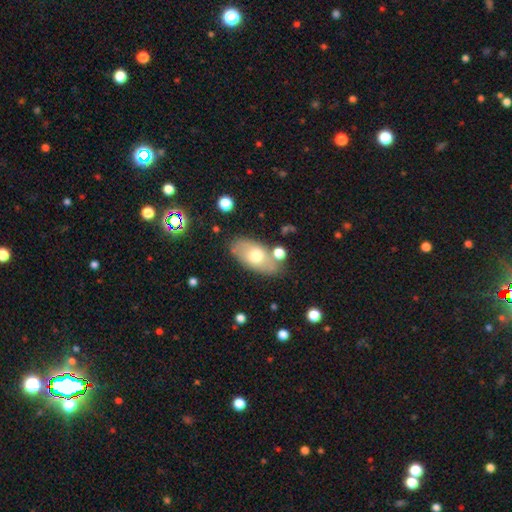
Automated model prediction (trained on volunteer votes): Smooth or featured?
  - smooth: 63% *
  - featured or disk: 29%
  - star or artifact: 7%
How rounded?
  - in between: 91% *
  - round: 5%
  - cigar-shaped: 4%
Merging?
  - none: 70% *
  - minor disturbance: 16%
  - merger: 8%
  - major disturbance: 5%